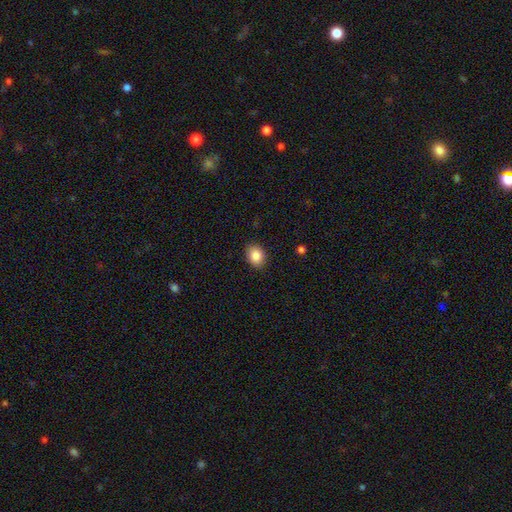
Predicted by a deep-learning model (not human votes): Q: Smooth or featured?
A: smooth (87%); runner-up: star or artifact (9%)
Q: How rounded?
A: round (51%); runner-up: in between (48%)
Q: Merging?
A: none (88%); runner-up: minor disturbance (9%)